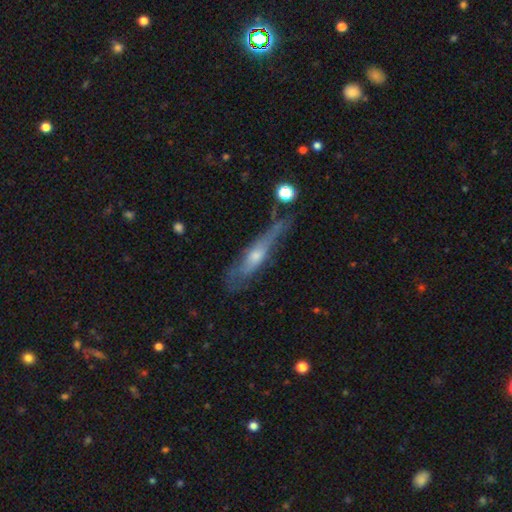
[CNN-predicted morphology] A featured or disk galaxy (62%) viewed edge-on (77%). Merging: none (56%).